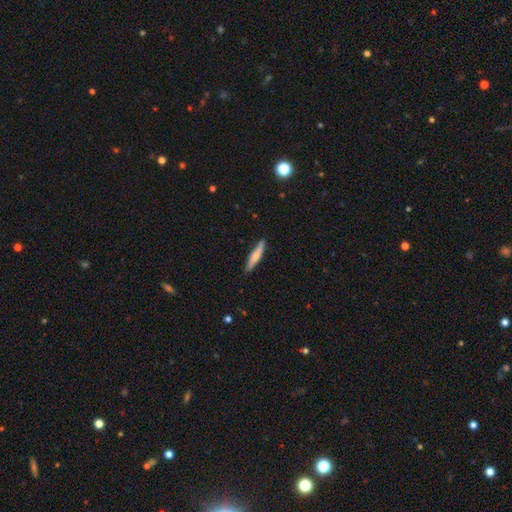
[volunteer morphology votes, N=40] A smooth galaxy with no disk features (68%) that is cigar-shaped (89%). Merging: none (85%).